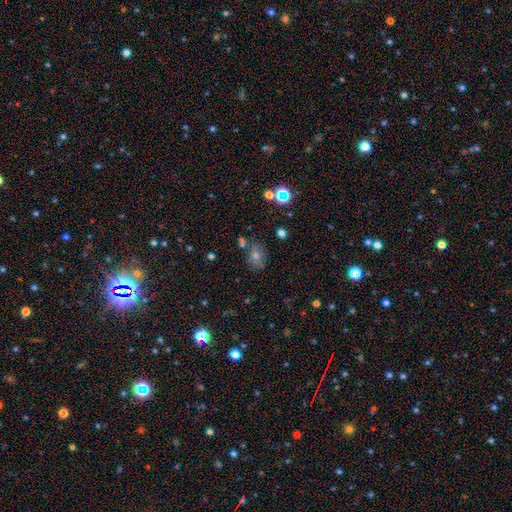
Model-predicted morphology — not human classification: Smooth or featured? smooth (51%)
How rounded? in between (56%)
Merging? none (71%)